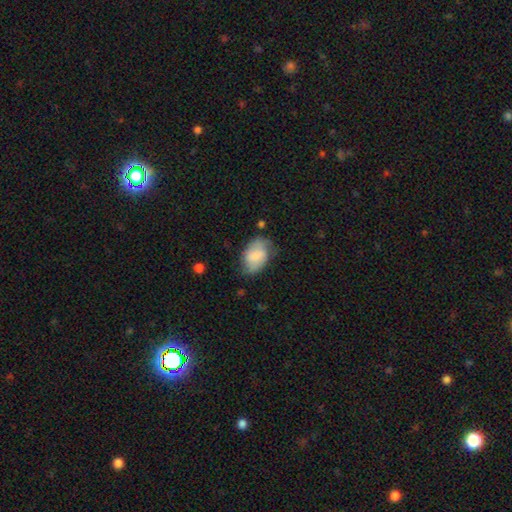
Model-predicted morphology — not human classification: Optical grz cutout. It shows a smooth galaxy with no disk features (68%) that is in between round and cigar-shaped (87%). Merging: none (60%).